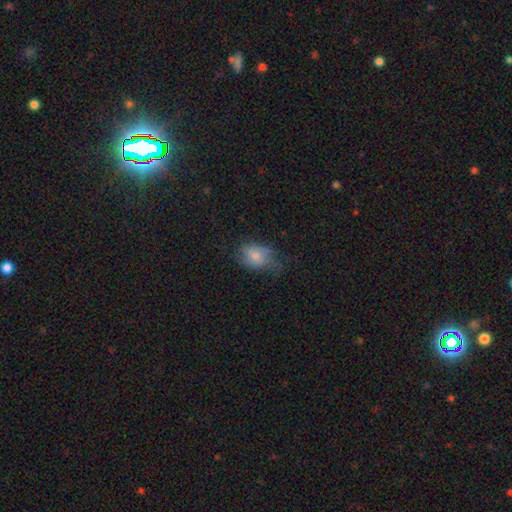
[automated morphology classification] Smooth or featured? smooth (72%)
How rounded? in between (68%)
Merging? none (46%)